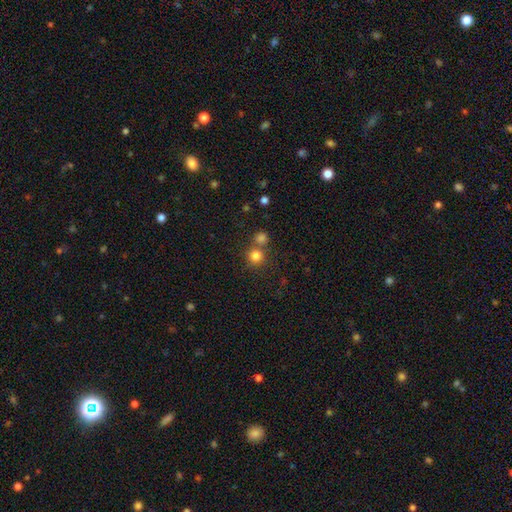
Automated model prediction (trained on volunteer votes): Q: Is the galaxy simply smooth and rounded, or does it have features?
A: smooth — 81%.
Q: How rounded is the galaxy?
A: round — 93%.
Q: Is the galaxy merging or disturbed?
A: none — 65%.